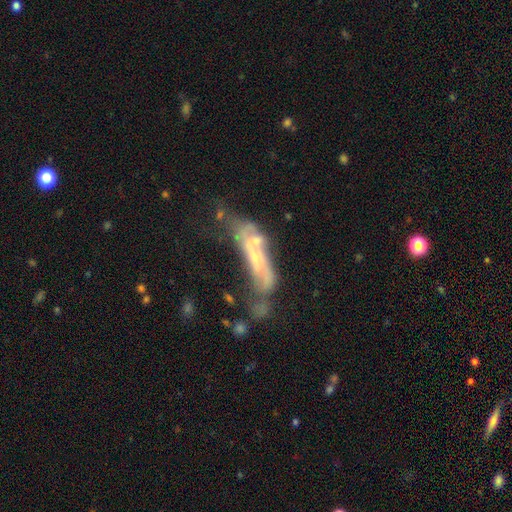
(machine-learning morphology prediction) This appears to be a featured or disk galaxy (63%). Merging: merger (34%).